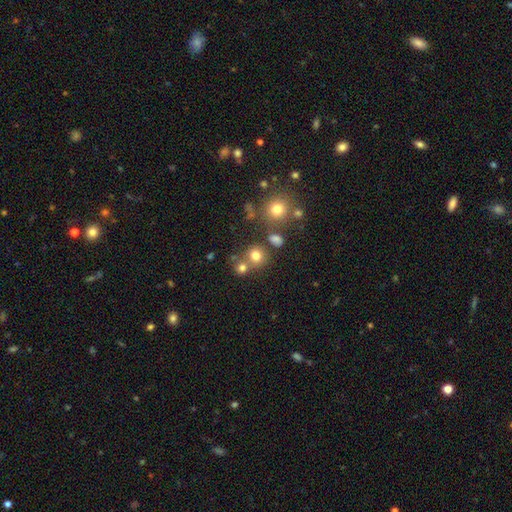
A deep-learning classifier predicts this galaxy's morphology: This is likely a smooth galaxy (75%). How rounded: clearly round (87%). Merging: likely none (65%).